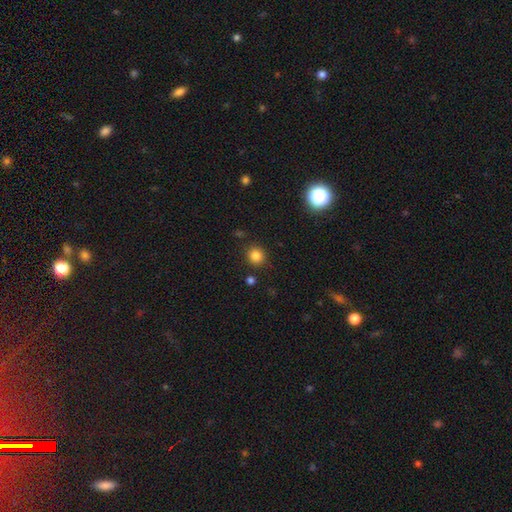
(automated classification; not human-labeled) Overall: smooth (83%). How rounded: round (88%). Merging: none (87%).